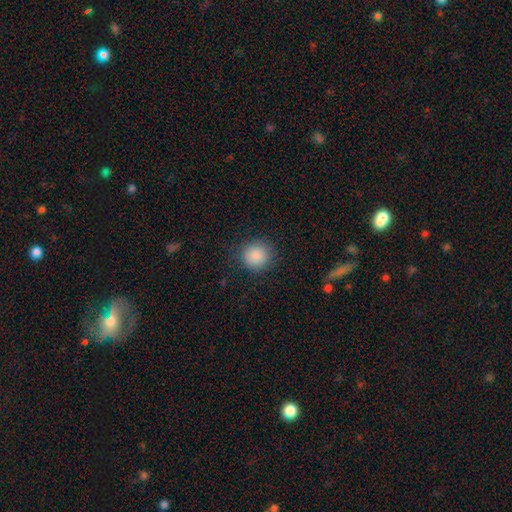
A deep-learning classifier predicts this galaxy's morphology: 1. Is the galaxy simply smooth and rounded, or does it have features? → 88% smooth, 9% star or artifact, 3% featured or disk.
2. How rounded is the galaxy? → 90% round, 9% in between, 1% cigar-shaped.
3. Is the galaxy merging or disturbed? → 88% none, 8% minor disturbance, 3% major disturbance, 1% merger.